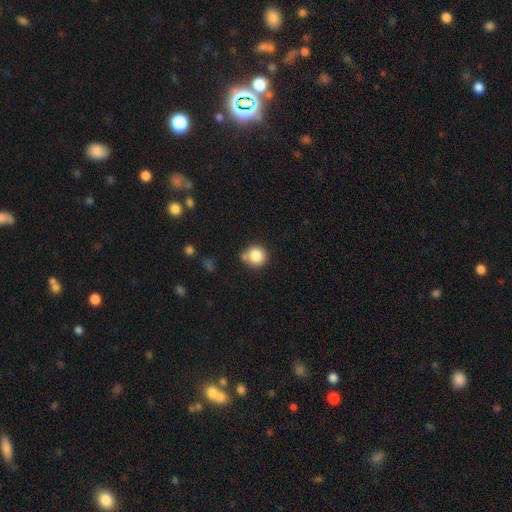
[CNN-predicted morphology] smooth 84%, star or artifact 10%, featured or disk 6%. Down the decision tree: how rounded — round (92%); merging — none (69%).